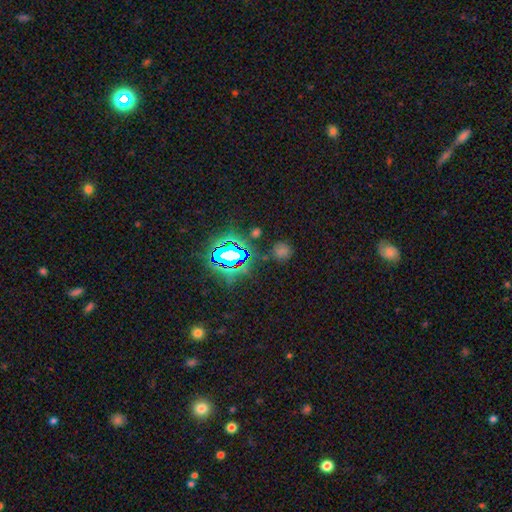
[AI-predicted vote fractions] A star or artifact, not a galaxy (74%).